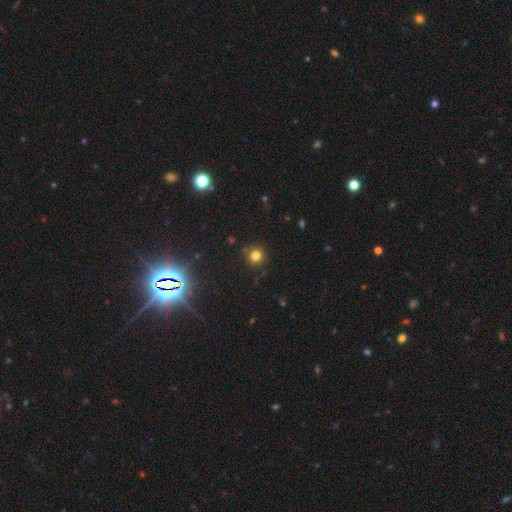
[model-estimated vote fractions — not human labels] smooth-or-featured: smooth: 78% | star or artifact: 16% | featured or disk: 6%
  how-rounded: round: 93% | in between: 6% | cigar-shaped: 1%
  merging: none: 84% | minor disturbance: 9% | merger: 5% | major disturbance: 3%